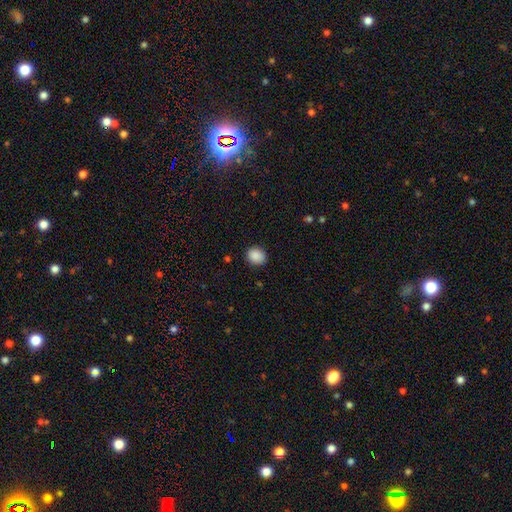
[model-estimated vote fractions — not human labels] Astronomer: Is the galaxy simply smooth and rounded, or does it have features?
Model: smooth — 89%.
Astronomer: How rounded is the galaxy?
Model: round — 61% (runner-up: in between, 38%).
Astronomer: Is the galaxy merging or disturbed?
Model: none — 88%.